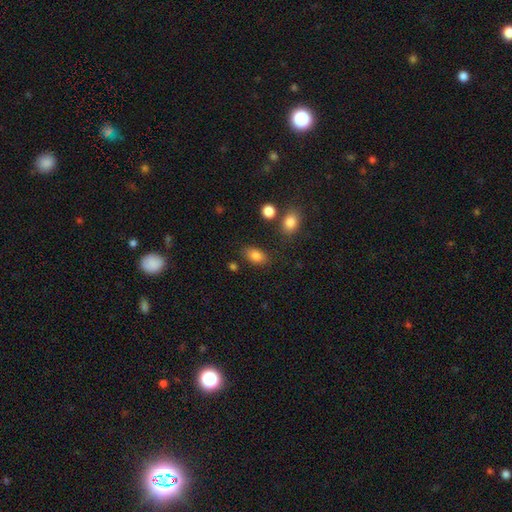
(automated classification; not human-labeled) Overall: smooth (84%). How rounded: in between (89%). Merging: none (79%).